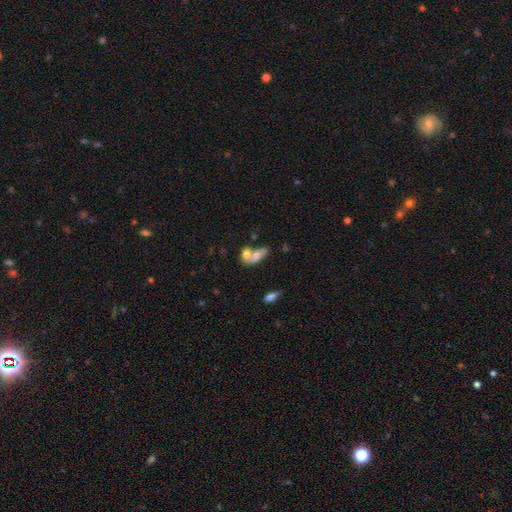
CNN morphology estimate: A smooth galaxy with no disk features (65%) that is in between round and cigar-shaped (78%).

Vote fractions:
- Smooth or featured? smooth: 65% / featured or disk: 25% / star or artifact: 10%
- How rounded? in between: 78% / round: 14% / cigar-shaped: 8%
- Merging? merger: 57% / none: 23% / minor disturbance: 10% / major disturbance: 9%